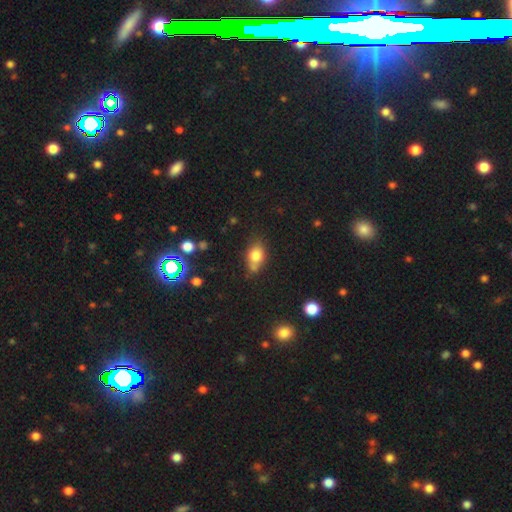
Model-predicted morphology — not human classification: Smooth or featured: smooth — 77% (featured or disk — 12%)
How rounded: in between — 68% (round — 29%)
Merging: none — 57% (minor disturbance — 21%)